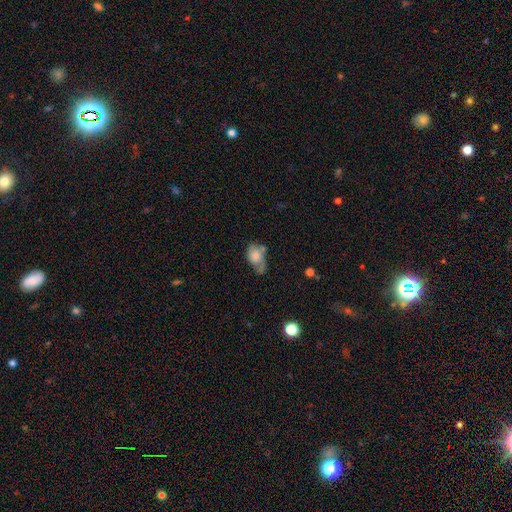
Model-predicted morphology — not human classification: Smooth or featured? smooth (64%)
How rounded? in between (83%)
Merging? minor disturbance (33%)